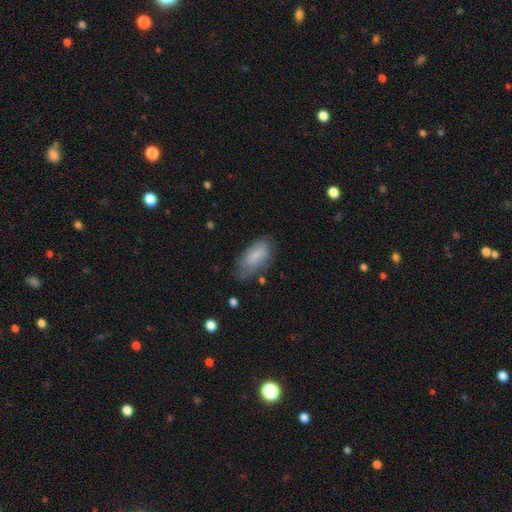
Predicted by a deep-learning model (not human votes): smooth_or_featured: smooth (p=0.78) [alt: featured or disk p=0.16]
how_rounded: in between (p=0.90) [alt: cigar-shaped p=0.08]
merging: none (p=0.56) [alt: minor disturbance p=0.31]